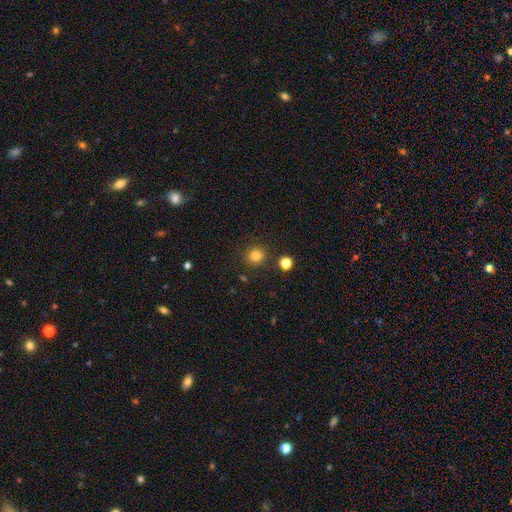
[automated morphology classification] A smooth galaxy with no disk features (81%) that is round (89%).

Vote fractions:
- Smooth or featured? smooth: 81% / star or artifact: 14% / featured or disk: 5%
- How rounded? round: 89% / in between: 10% / cigar-shaped: 1%
- Merging? none: 87% / minor disturbance: 7% / merger: 3% / major disturbance: 3%